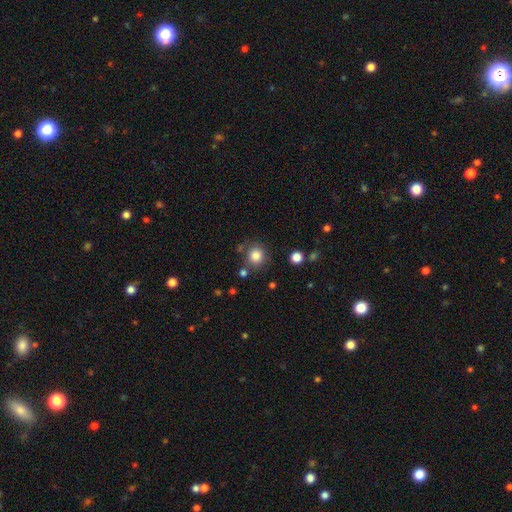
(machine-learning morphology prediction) The model was most divided on "merging": none: 79%, minor disturbance: 11%, merger: 6%, major disturbance: 4%. More confident: how rounded — round (89%); smooth or featured — smooth (84%).